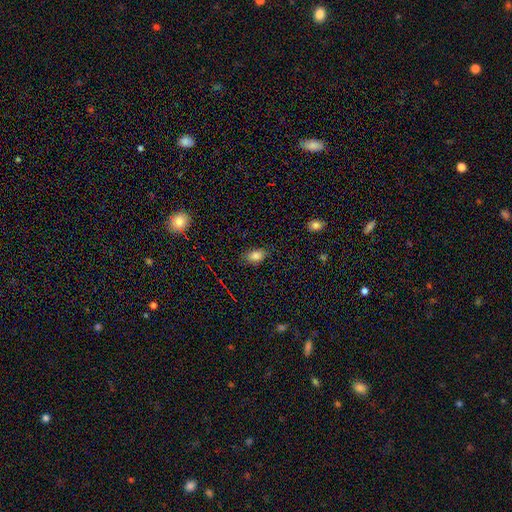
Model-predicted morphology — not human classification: Smooth or featured? smooth (82%)
How rounded? in between (86%)
Merging? none (81%)